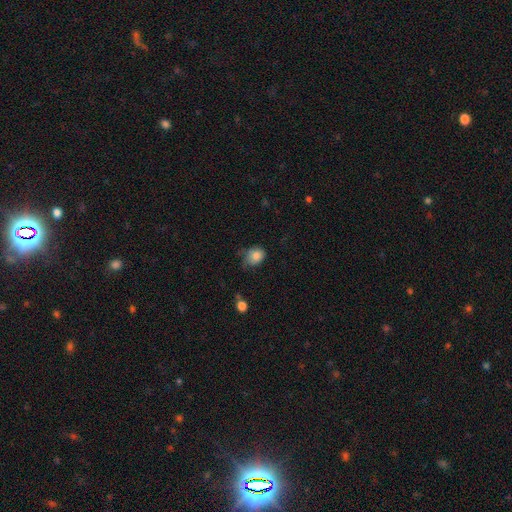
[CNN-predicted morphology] Smooth or featured?
  - smooth: 80% *
  - featured or disk: 11%
  - star or artifact: 9%
How rounded?
  - in between: 51% *
  - round: 48%
  - cigar-shaped: 1%
Merging?
  - none: 40% *
  - minor disturbance: 39%
  - major disturbance: 19%
  - merger: 3%